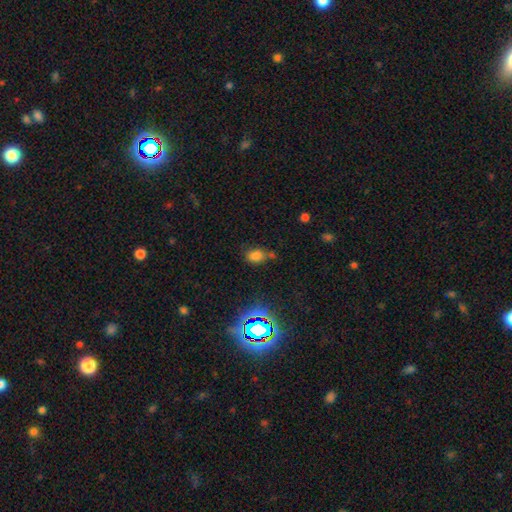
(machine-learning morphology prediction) Overall: smooth (72%). How rounded: in between (65%; round 33%). Merging: none (57%; minor disturbance 21%).